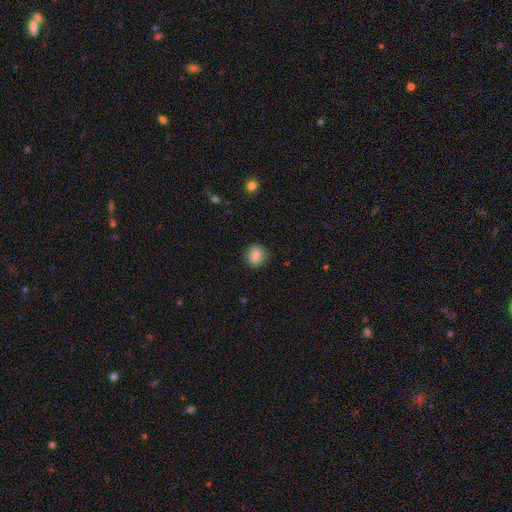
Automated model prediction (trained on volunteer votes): Morphology: type=smooth (85%); roundness=round (79%); merging=none (85%).